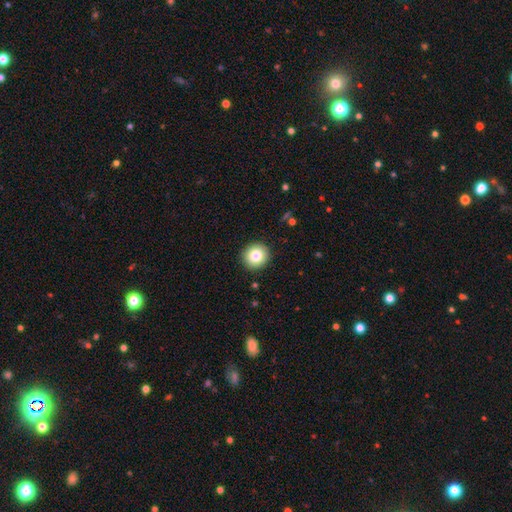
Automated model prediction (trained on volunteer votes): Smooth or featured: smooth — 83% (star or artifact — 10%)
How rounded: round — 93% (in between — 6%)
Merging: none — 92% (minor disturbance — 5%)